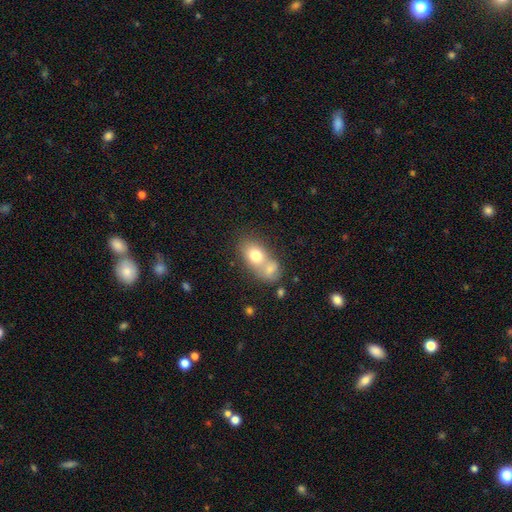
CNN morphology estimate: A smooth galaxy with no disk features (73%) that is in between round and cigar-shaped (72%).

Vote fractions:
- Smooth or featured? smooth: 73% / featured or disk: 18% / star or artifact: 9%
- How rounded? in between: 72% / round: 26% / cigar-shaped: 2%
- Merging? merger: 58% / none: 29% / minor disturbance: 9% / major disturbance: 4%